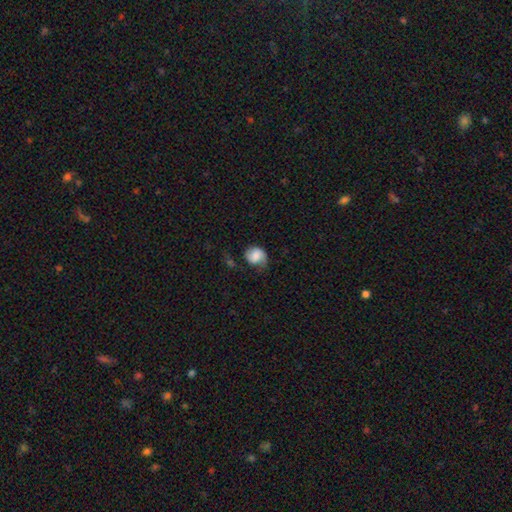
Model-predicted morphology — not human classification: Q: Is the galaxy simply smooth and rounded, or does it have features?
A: smooth — 62%.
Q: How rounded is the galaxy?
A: round — 65%.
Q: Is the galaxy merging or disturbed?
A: none — 46%.